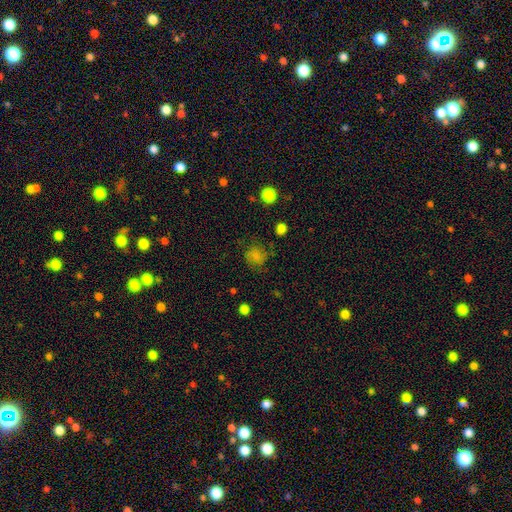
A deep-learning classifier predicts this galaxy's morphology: Smooth or featured?
  - smooth: 74% *
  - star or artifact: 14%
  - featured or disk: 12%
How rounded?
  - round: 75% *
  - in between: 24%
  - cigar-shaped: 1%
Merging?
  - none: 68% *
  - minor disturbance: 20%
  - major disturbance: 10%
  - merger: 2%